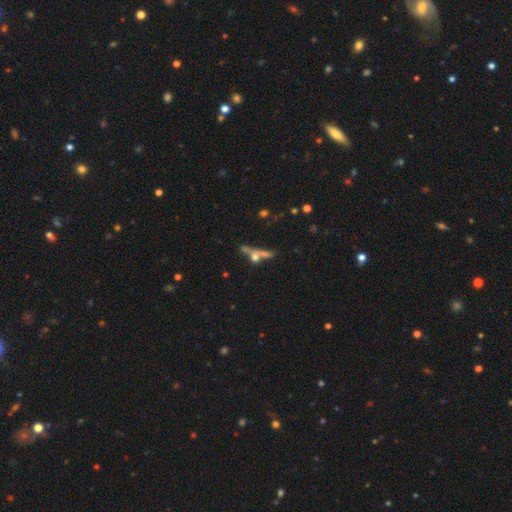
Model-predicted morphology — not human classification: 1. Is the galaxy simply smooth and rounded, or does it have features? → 43% smooth, 41% featured or disk, 16% star or artifact.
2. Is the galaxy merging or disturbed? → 40% none, 36% merger, 13% major disturbance, 12% minor disturbance.